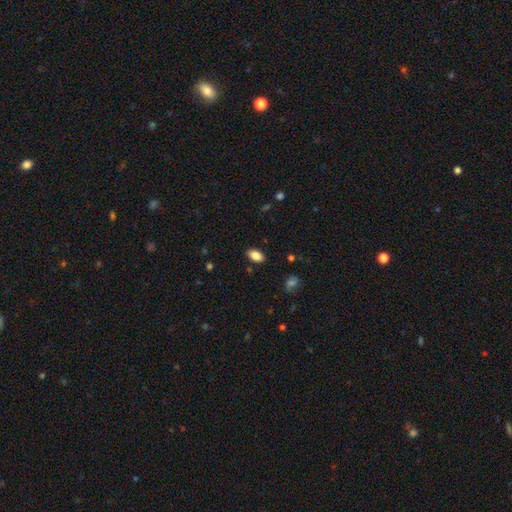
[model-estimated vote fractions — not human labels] This is clearly a smooth galaxy (85%). How rounded: clearly in between (92%). Merging: clearly none (87%).